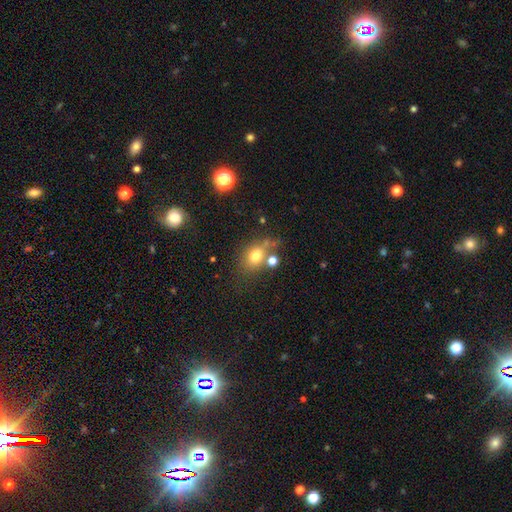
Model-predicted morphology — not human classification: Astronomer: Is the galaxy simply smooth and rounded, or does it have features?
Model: smooth — 72%.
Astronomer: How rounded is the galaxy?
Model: in between — 49%, tied with round at 49%.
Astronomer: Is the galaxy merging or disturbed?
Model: none — 59%.